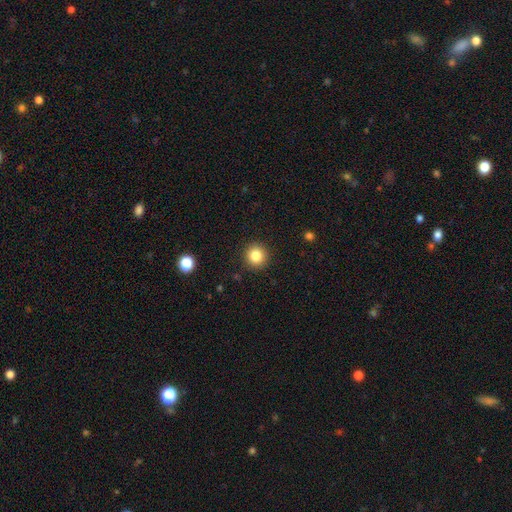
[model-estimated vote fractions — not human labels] This appears to be a smooth galaxy with no disk features (83%) that is round (94%). Merging: none (92%).